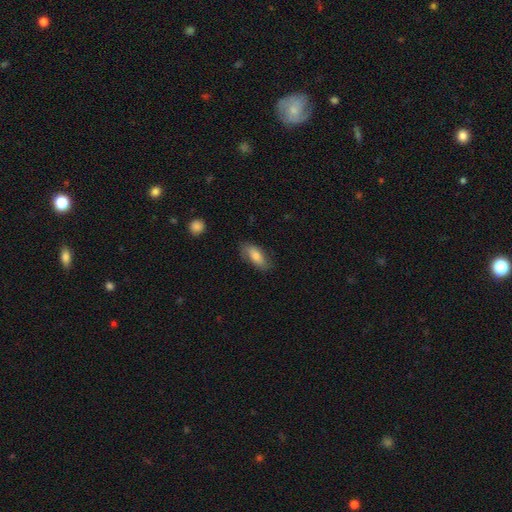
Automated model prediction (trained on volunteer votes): Smooth or featured?
  - smooth: 69% *
  - featured or disk: 24%
  - star or artifact: 7%
How rounded?
  - in between: 86% *
  - cigar-shaped: 11%
  - round: 3%
Merging?
  - none: 74% *
  - minor disturbance: 19%
  - major disturbance: 5%
  - merger: 1%